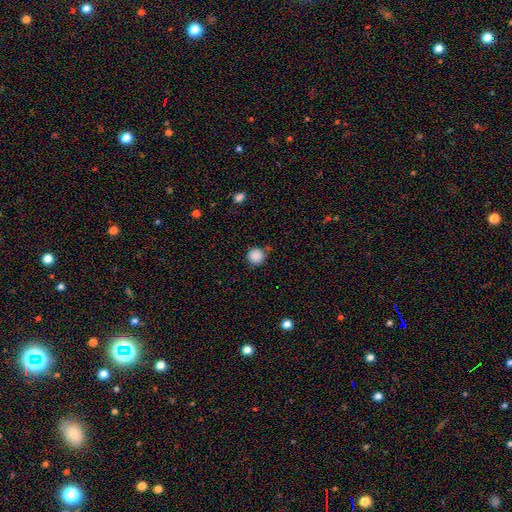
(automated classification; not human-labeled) Morphology: type=smooth (87%); roundness=round (94%); merging=none (81%).